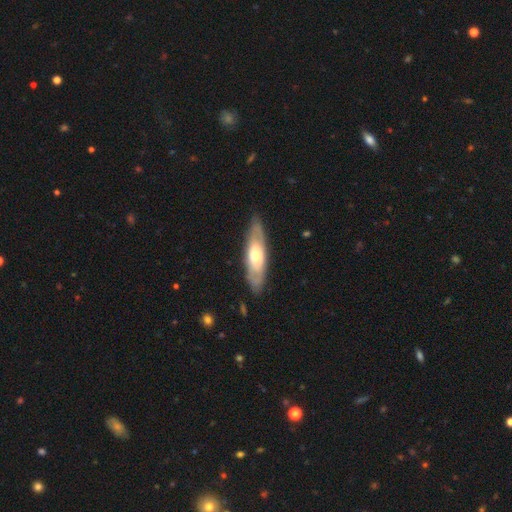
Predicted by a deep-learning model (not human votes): This is possibly a featured or disk galaxy (51%). It is possibly not viewed edge-on (59%). Merging: clearly none (83%).